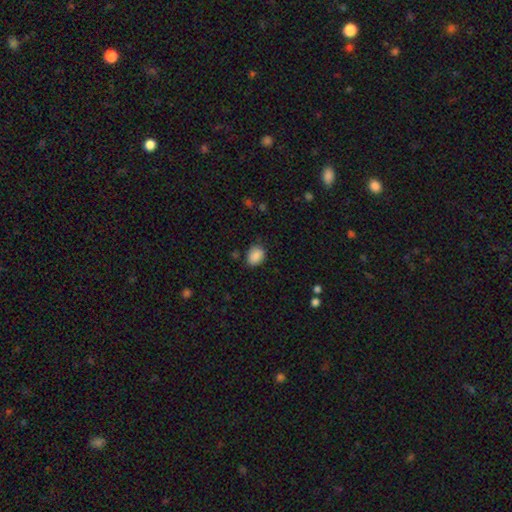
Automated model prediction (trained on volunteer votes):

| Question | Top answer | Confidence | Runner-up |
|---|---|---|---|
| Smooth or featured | smooth | 87% | star or artifact (8%) |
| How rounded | in between | 63% | round (36%) |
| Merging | none | 78% | minor disturbance (17%) |